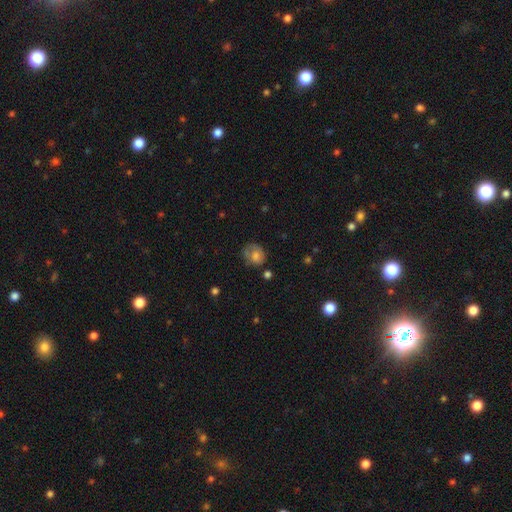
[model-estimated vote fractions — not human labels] smooth_or_featured: smooth (p=0.67) [alt: featured or disk p=0.24]
how_rounded: round (p=0.65) [alt: in between p=0.34]
merging: none (p=0.51) [alt: minor disturbance p=0.29]